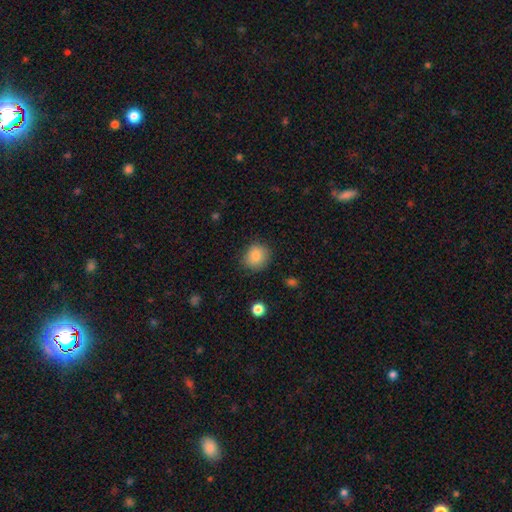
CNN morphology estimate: A smooth galaxy with no disk features (85%) that is round (78%).

Vote fractions:
- Smooth or featured? smooth: 85% / star or artifact: 9% / featured or disk: 6%
- How rounded? round: 78% / in between: 21% / cigar-shaped: 1%
- Merging? none: 83% / minor disturbance: 12% / major disturbance: 3% / merger: 1%